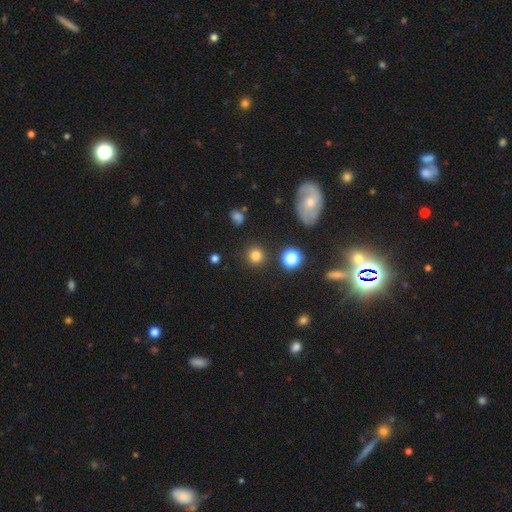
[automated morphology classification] Q: Smooth or featured?
A: smooth (79%); runner-up: star or artifact (16%)
Q: How rounded?
A: round (92%); runner-up: in between (7%)
Q: Merging?
A: none (88%); runner-up: minor disturbance (7%)